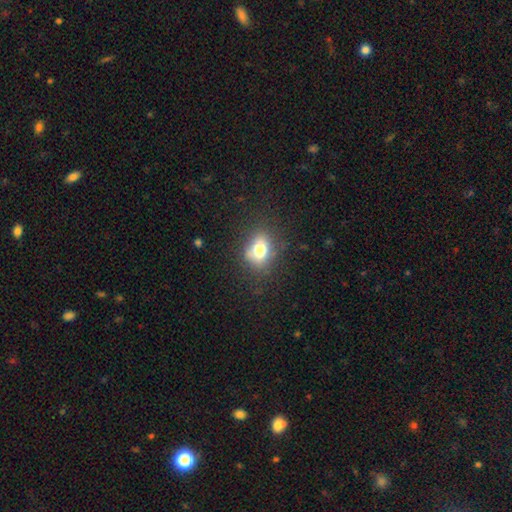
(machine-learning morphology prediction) A smooth galaxy with no disk features (72%) that is round (50%). Merging: none (89%).